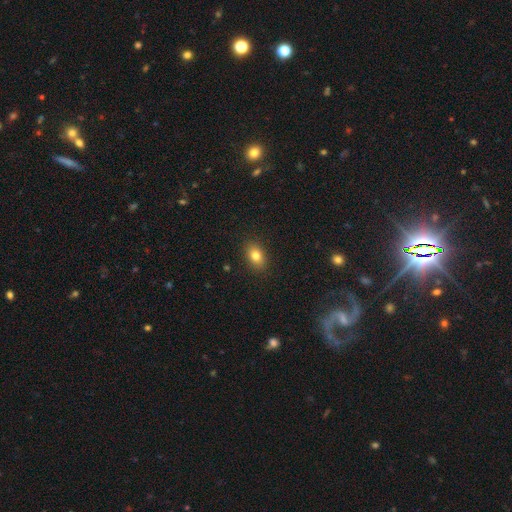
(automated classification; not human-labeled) smooth_or_featured: smooth (p=0.81) [alt: star or artifact p=0.10]
how_rounded: in between (p=0.79) [alt: round p=0.20]
merging: none (p=0.88) [alt: minor disturbance p=0.08]